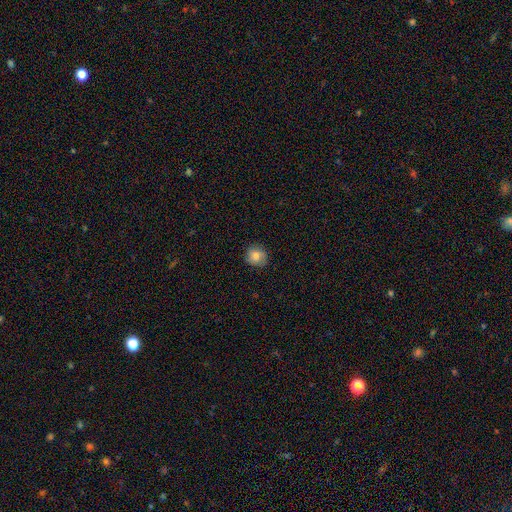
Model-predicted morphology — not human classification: The model was most divided on "smooth or featured": smooth: 78%, featured or disk: 12%, star or artifact: 9%. More confident: how rounded — round (86%); merging — none (83%).